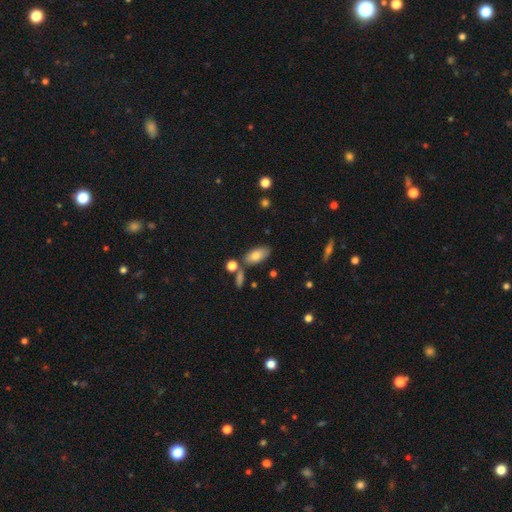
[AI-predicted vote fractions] Smooth or featured: smooth — 78% (featured or disk — 15%)
How rounded: in between — 89% (cigar-shaped — 8%)
Merging: none — 71% (minor disturbance — 13%)